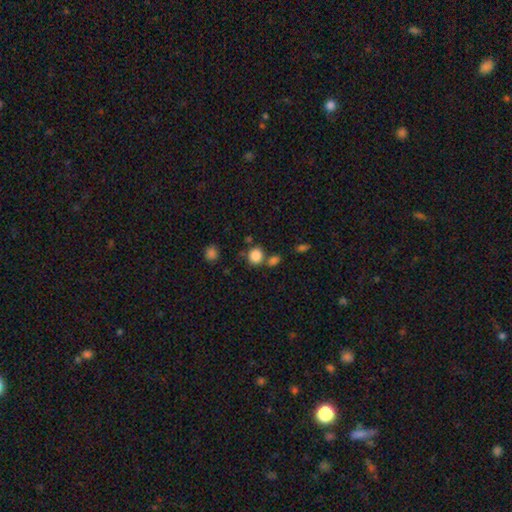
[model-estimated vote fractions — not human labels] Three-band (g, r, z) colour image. It shows a smooth galaxy with no disk features (85%) that is round (81%). Merging: none (63%).